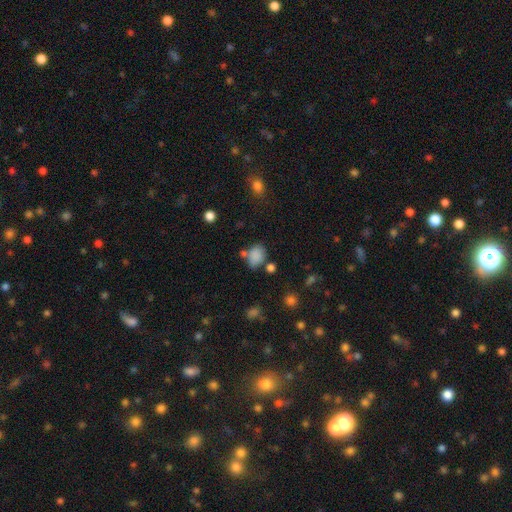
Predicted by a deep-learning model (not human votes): The model was most divided on "merging": none: 56%, minor disturbance: 20%, merger: 17%, major disturbance: 7%. More confident: smooth or featured — smooth (82%); how rounded — in between (68%).